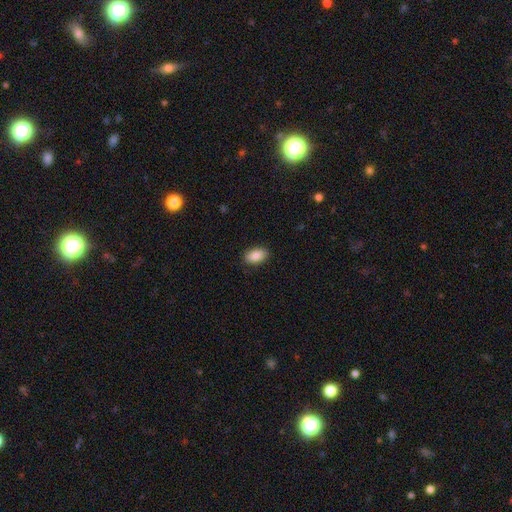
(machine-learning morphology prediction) A smooth galaxy with no disk features (90%) that is in between round and cigar-shaped (93%). Merging: none (89%).